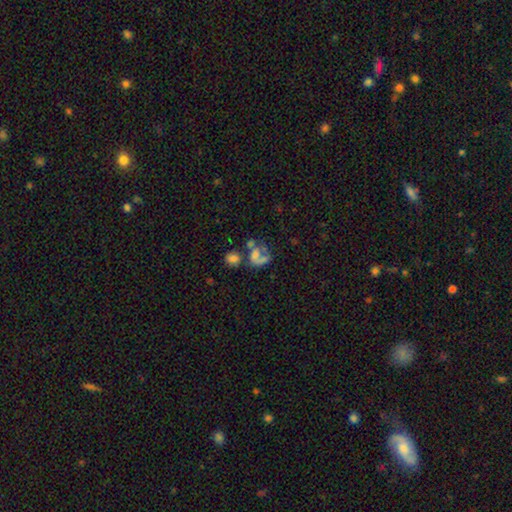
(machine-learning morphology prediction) type=smooth (40%, tied with featured or disk); merging=merger (39%).